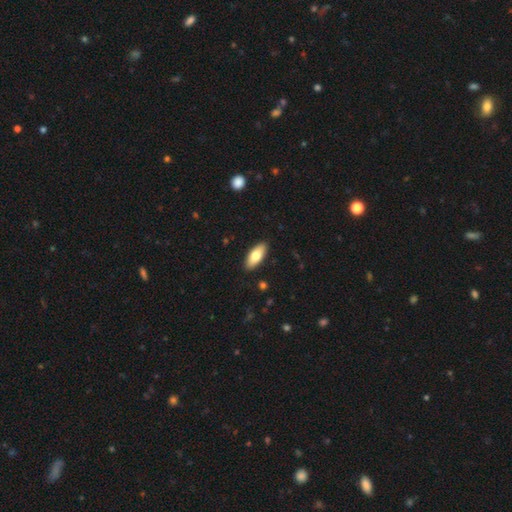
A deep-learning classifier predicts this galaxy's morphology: The model was most divided on "smooth or featured": smooth: 75%, featured or disk: 19%, star or artifact: 6%. More confident: merging — none (90%); how rounded — in between (82%).